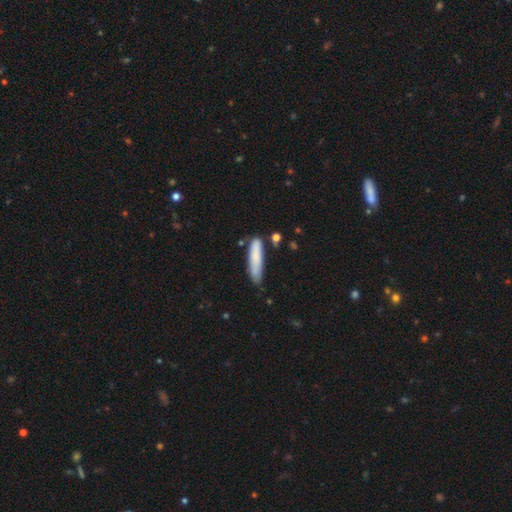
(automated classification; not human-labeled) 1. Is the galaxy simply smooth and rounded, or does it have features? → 81% smooth, 13% featured or disk, 6% star or artifact.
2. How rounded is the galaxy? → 79% cigar-shaped, 20% in between, 1% round.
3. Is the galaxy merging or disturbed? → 67% none, 23% minor disturbance, 5% merger, 5% major disturbance.